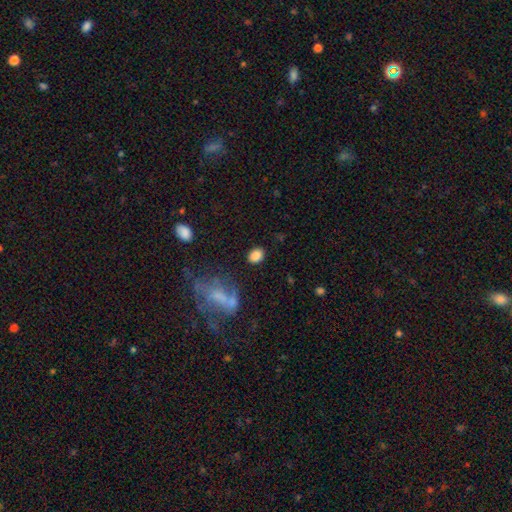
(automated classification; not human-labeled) The model was most divided on "how rounded": in between: 59%, round: 40%, cigar-shaped: 1%. More confident: smooth or featured — smooth (85%); merging — none (84%).